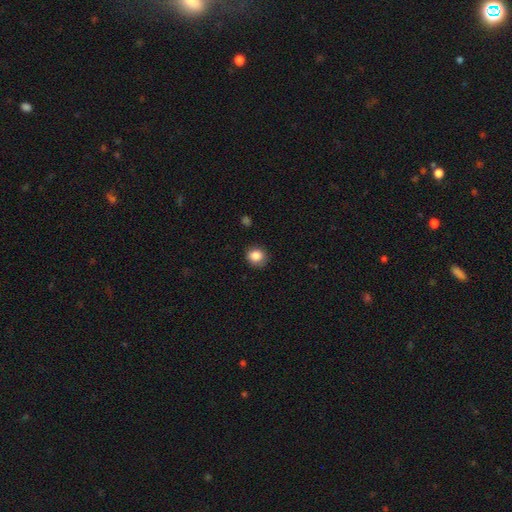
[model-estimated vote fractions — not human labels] Morphology: type=smooth (86%); roundness=round (80%); merging=none (82%).